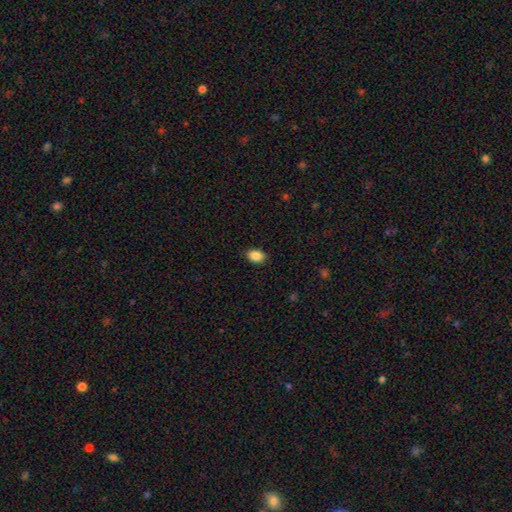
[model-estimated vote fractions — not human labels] smooth-or-featured: smooth: 88% | star or artifact: 8% | featured or disk: 4%
  how-rounded: in between: 82% | round: 17% | cigar-shaped: 1%
  merging: none: 88% | minor disturbance: 9% | major disturbance: 2% | merger: 1%